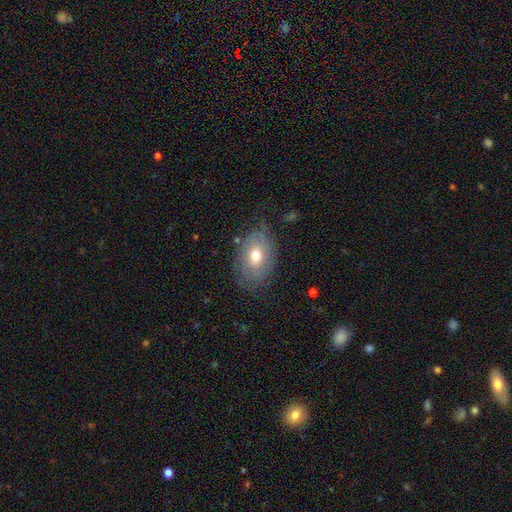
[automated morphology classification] smooth 55%, featured or disk 37%, star or artifact 8%. Down the decision tree: how rounded — in between (84%); merging — none (68%).